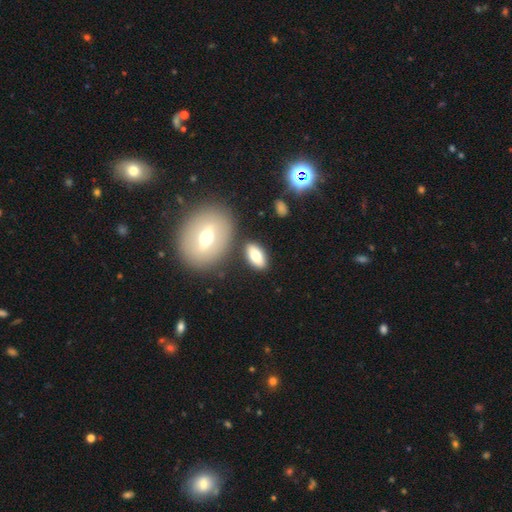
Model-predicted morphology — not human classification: This appears to be a smooth galaxy with no disk features (70%) that is in between round and cigar-shaped (87%). Merging: none (79%).